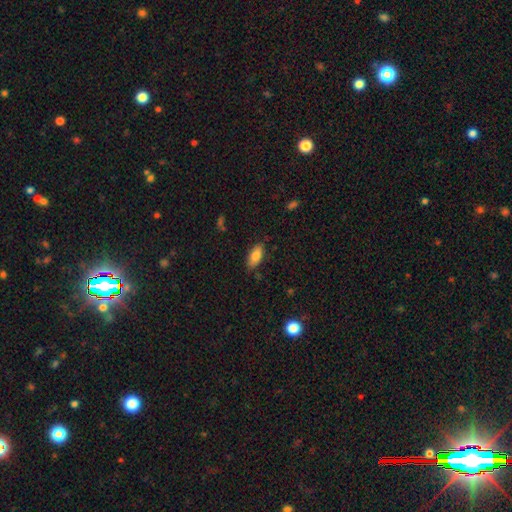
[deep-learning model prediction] This is clearly a smooth galaxy (82%). How rounded: clearly in between (87%). Merging: clearly none (82%).